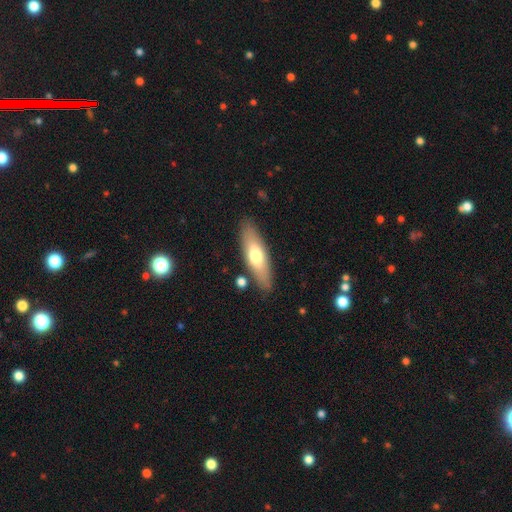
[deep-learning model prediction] smooth_or_featured: smooth (p=0.61) [alt: featured or disk p=0.33]
how_rounded: in between (p=0.50) [alt: cigar-shaped p=0.48]
merging: none (p=0.83) [alt: minor disturbance p=0.11]